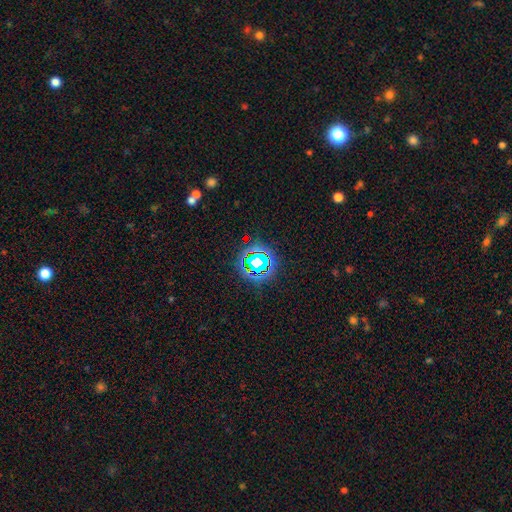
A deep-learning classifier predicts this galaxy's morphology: The model was most divided on "smooth or featured": star or artifact: 64%, smooth: 23%, featured or disk: 14%.